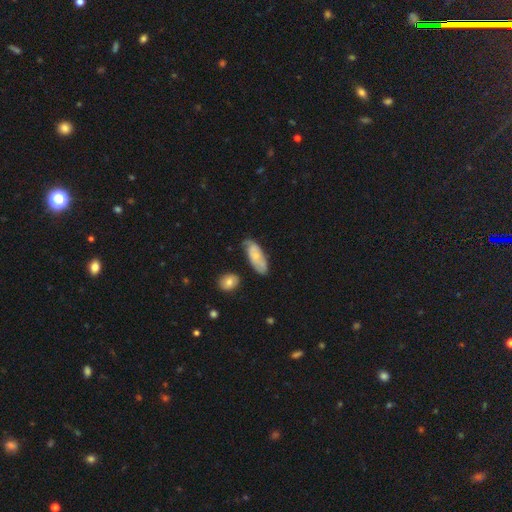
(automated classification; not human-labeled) This is possibly a smooth galaxy (57%). How rounded: clearly in between (83%). Merging: possibly none (56%).